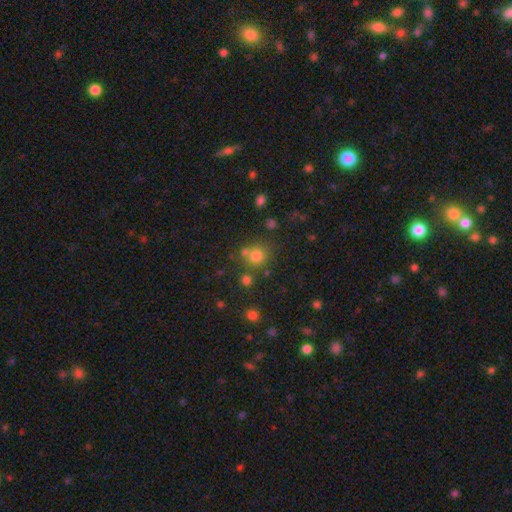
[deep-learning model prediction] A smooth galaxy with no disk features (74%) that is round (87%).

Vote fractions:
- Smooth or featured? smooth: 74% / star or artifact: 17% / featured or disk: 9%
- How rounded? round: 87% / in between: 12% / cigar-shaped: 1%
- Merging? none: 64% / merger: 20% / minor disturbance: 11% / major disturbance: 5%